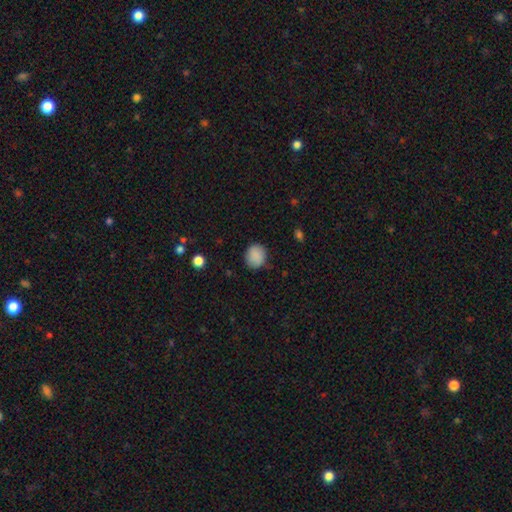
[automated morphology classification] The model was most divided on "how rounded": round: 75%, in between: 24%, cigar-shaped: 1%. More confident: smooth or featured — smooth (87%); merging — none (81%).